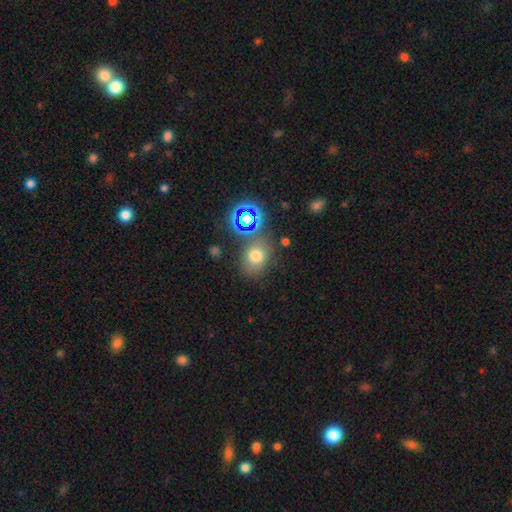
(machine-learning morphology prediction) This appears to be a smooth galaxy with no disk features (68%) that is round (55%). Merging: none (70%).